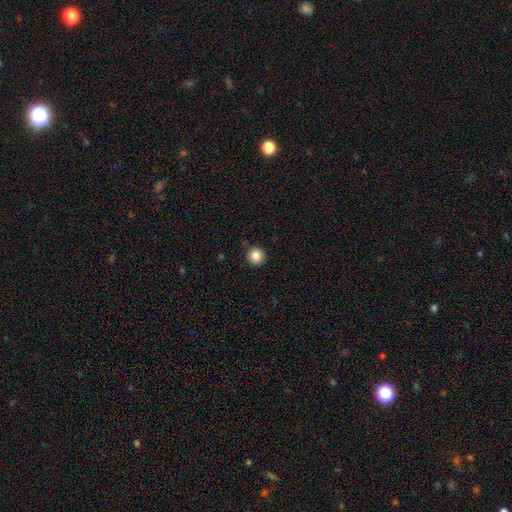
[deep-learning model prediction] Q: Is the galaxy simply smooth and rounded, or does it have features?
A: smooth — 85%.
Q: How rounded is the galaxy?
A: round — 96%.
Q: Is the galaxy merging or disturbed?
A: none — 89%.